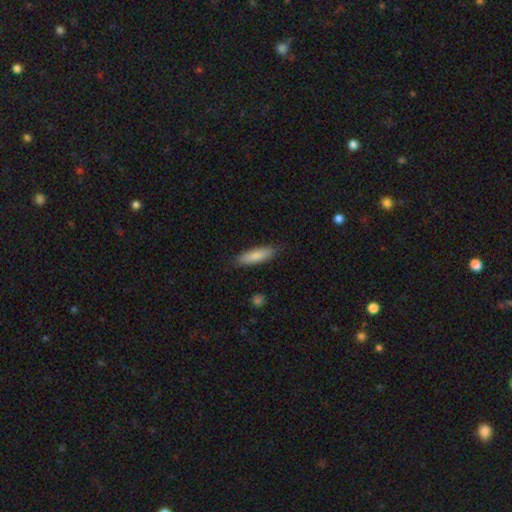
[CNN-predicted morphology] Q: Smooth or featured?
A: smooth (84%); runner-up: featured or disk (11%)
Q: How rounded?
A: cigar-shaped (64%); runner-up: in between (35%)
Q: Merging?
A: none (86%); runner-up: minor disturbance (11%)